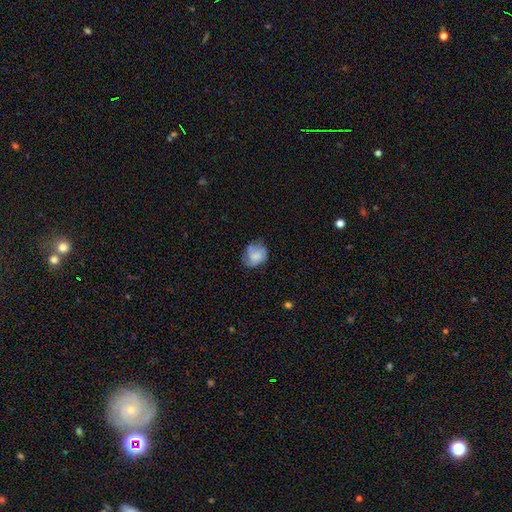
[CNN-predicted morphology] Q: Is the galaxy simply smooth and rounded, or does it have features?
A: smooth — 62%.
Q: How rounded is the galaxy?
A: round — 55%.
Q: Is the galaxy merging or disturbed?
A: none — 57%.